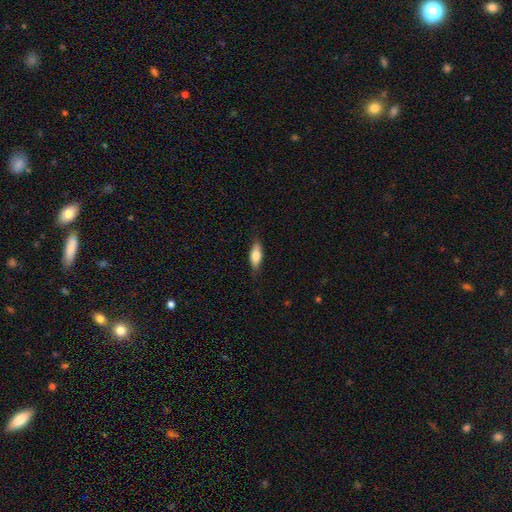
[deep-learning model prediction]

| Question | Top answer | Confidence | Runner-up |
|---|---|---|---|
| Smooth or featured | smooth | 71% | featured or disk (23%) |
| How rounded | in between | 64% | cigar-shaped (33%) |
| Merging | none | 82% | minor disturbance (14%) |